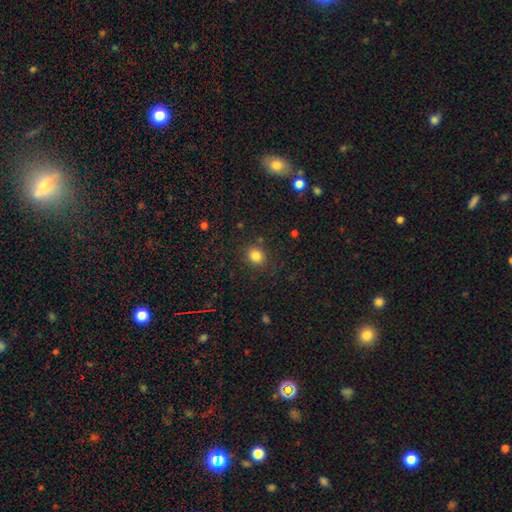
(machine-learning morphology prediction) Smooth or featured: smooth — 82% (star or artifact — 12%)
How rounded: round — 75% (in between — 24%)
Merging: none — 85% (minor disturbance — 9%)